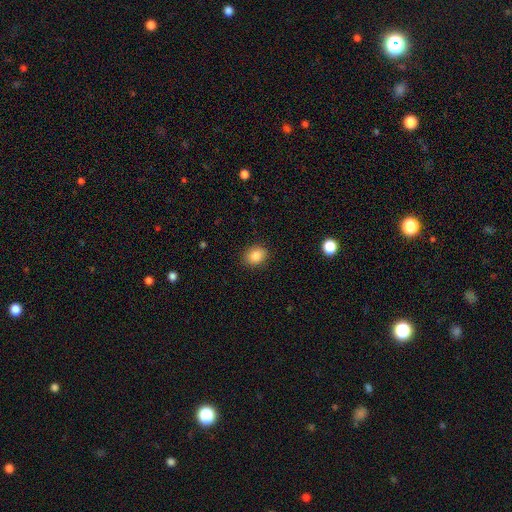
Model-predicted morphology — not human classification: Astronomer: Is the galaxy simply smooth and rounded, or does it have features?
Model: smooth — 86%.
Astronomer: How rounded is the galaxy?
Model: in between — 54% (runner-up: round, 45%).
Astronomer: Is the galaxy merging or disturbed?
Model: none — 88%.